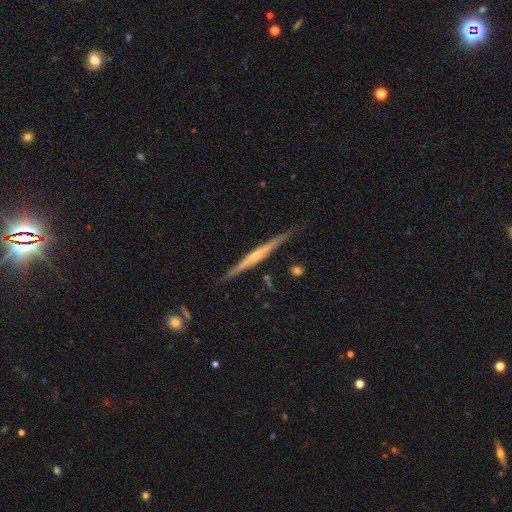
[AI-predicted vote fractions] smooth_or_featured: featured or disk (p=0.77) [alt: smooth p=0.17]
disk_edge_on: yes (p=0.98) [alt: no p=0.02]
edge_on_bulge: rounded (p=0.64) [alt: none p=0.27]
merging: none (p=0.85) [alt: minor disturbance p=0.11]